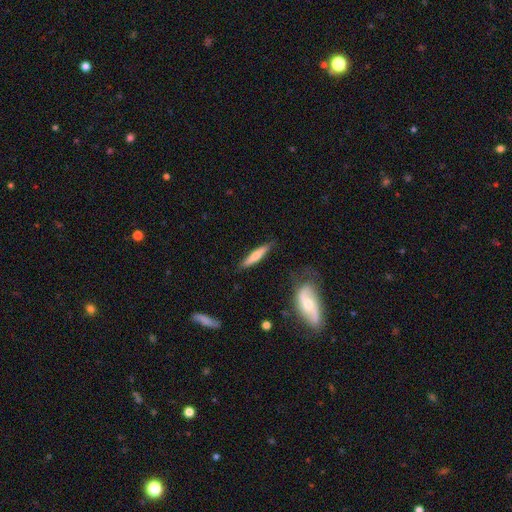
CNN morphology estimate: smooth-or-featured: smooth: 65% | featured or disk: 29% | star or artifact: 6%
  how-rounded: cigar-shaped: 88% | in between: 11% | round: 2%
  merging: none: 82% | minor disturbance: 12% | major disturbance: 3% | merger: 3%